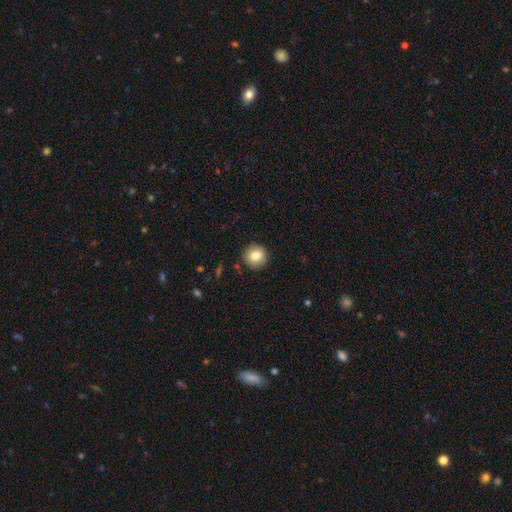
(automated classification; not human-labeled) smooth_or_featured: smooth (p=0.83) [alt: star or artifact p=0.09]
how_rounded: round (p=0.94) [alt: in between p=0.05]
merging: none (p=0.91) [alt: minor disturbance p=0.06]